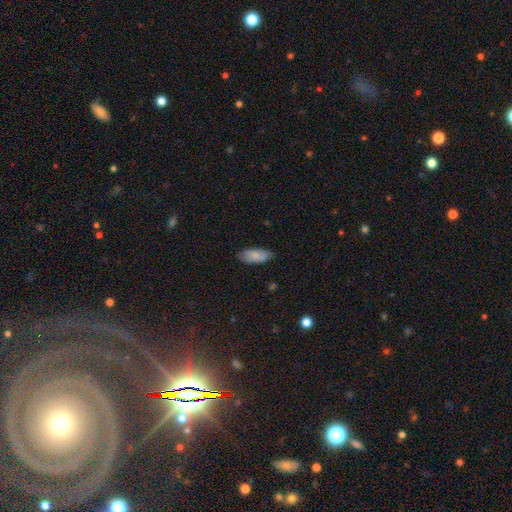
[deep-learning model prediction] A smooth galaxy with no disk features (80%) that is in between round and cigar-shaped (87%).

Vote fractions:
- Smooth or featured? smooth: 80% / featured or disk: 14% / star or artifact: 6%
- How rounded? in between: 87% / cigar-shaped: 11% / round: 2%
- Merging? none: 77% / minor disturbance: 18% / major disturbance: 3% / merger: 1%